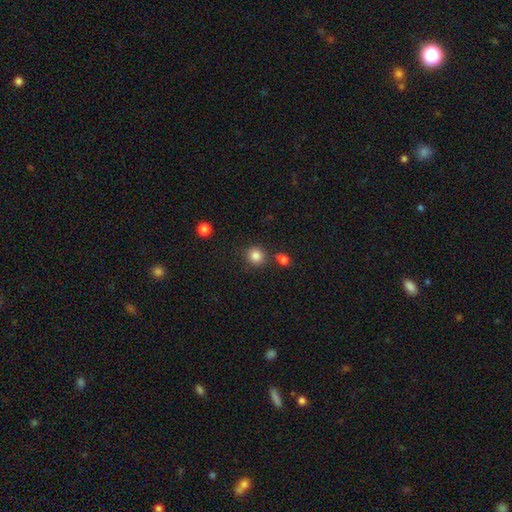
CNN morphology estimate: The model was most divided on "merging": none: 77%, merger: 10%, minor disturbance: 9%, major disturbance: 3%. More confident: how rounded — round (90%); smooth or featured — smooth (84%).